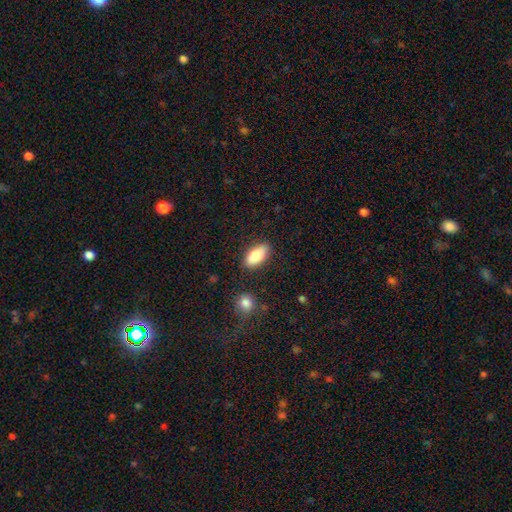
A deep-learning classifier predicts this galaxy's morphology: type=smooth (85%); roundness=in between (85%); merging=none (84%).